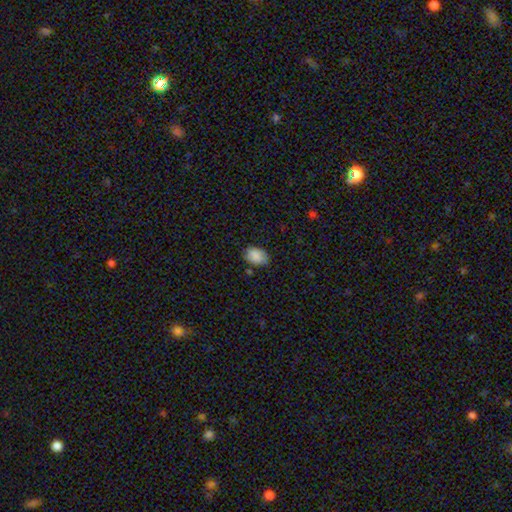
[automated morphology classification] smooth 86%, star or artifact 8%, featured or disk 6%. Down the decision tree: how rounded — in between (78%); merging — none (70%).